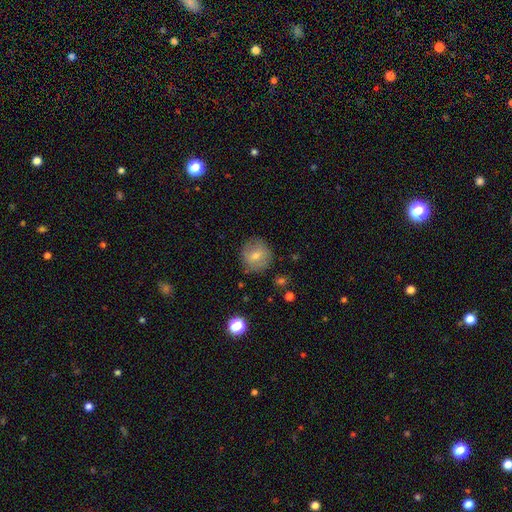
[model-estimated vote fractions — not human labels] Smooth or featured?
  - smooth: 64% *
  - featured or disk: 24%
  - star or artifact: 11%
How rounded?
  - round: 88% *
  - in between: 11%
  - cigar-shaped: 1%
Merging?
  - none: 85% *
  - minor disturbance: 11%
  - major disturbance: 3%
  - merger: 1%